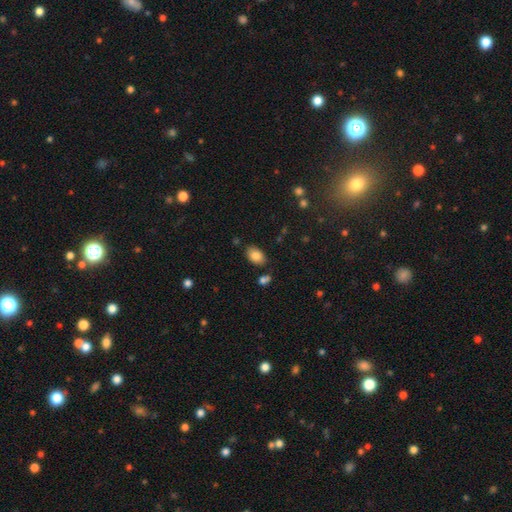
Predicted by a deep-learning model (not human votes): Smooth or featured?
  - smooth: 85% *
  - star or artifact: 8%
  - featured or disk: 7%
How rounded?
  - in between: 89% *
  - round: 10%
  - cigar-shaped: 1%
Merging?
  - none: 79% *
  - minor disturbance: 13%
  - merger: 5%
  - major disturbance: 3%